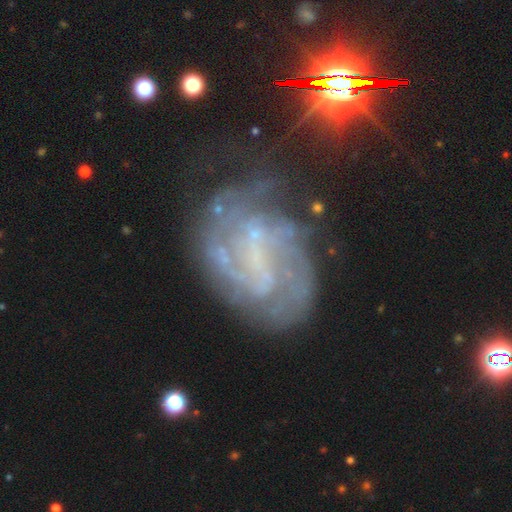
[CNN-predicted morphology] The model was most divided on "spiral winding": tight: 40%, medium: 38%, loose: 22%. Remaining: edge-on disk — no (97%); spiral arms — yes (82%); smooth or featured — featured or disk (76%); merging — none (58%); bulge size — none (56%); bar — weak (41%); spiral arm count — can't tell (41%).